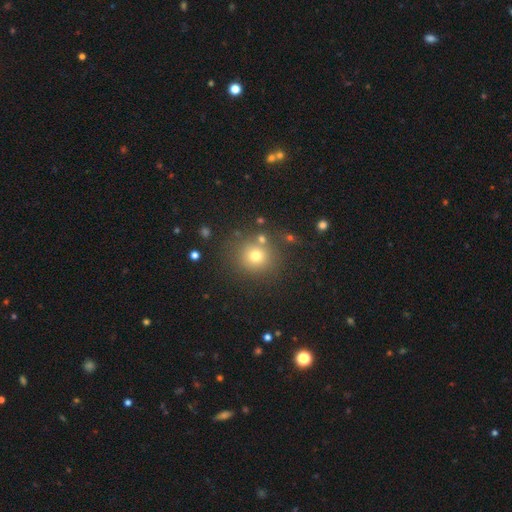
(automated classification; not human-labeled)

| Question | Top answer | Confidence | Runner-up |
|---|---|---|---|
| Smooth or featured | smooth | 72% | star or artifact (18%) |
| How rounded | round | 89% | in between (10%) |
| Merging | none | 80% | minor disturbance (9%) |